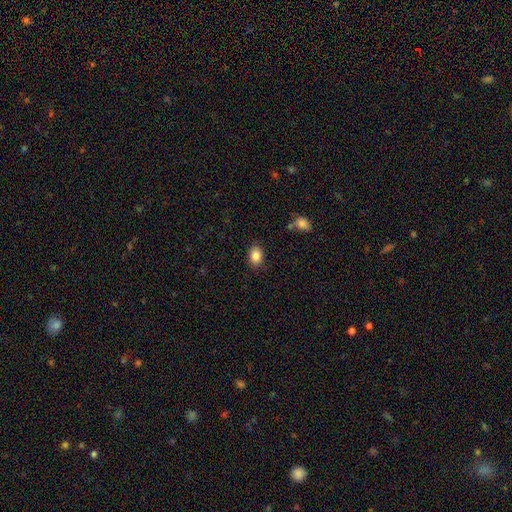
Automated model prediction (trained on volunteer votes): Q: Smooth or featured?
A: smooth (86%); runner-up: star or artifact (9%)
Q: How rounded?
A: in between (73%); runner-up: round (26%)
Q: Merging?
A: none (85%); runner-up: minor disturbance (10%)